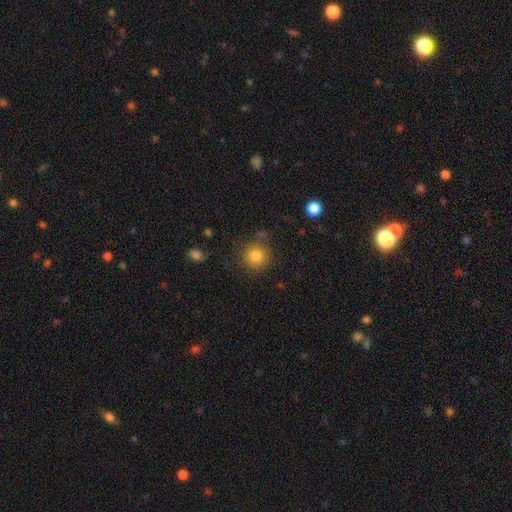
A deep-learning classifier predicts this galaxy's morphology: type=smooth (81%); roundness=round (93%); merging=none (80%).